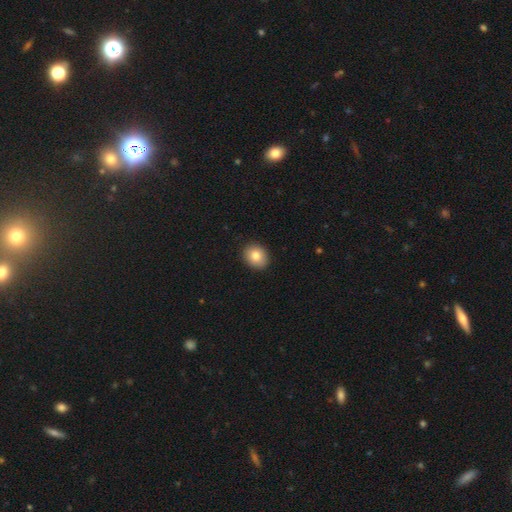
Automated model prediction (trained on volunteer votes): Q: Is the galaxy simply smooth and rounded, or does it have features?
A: smooth — 82%.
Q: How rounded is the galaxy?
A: round — 60%.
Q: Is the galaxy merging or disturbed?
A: none — 90%.